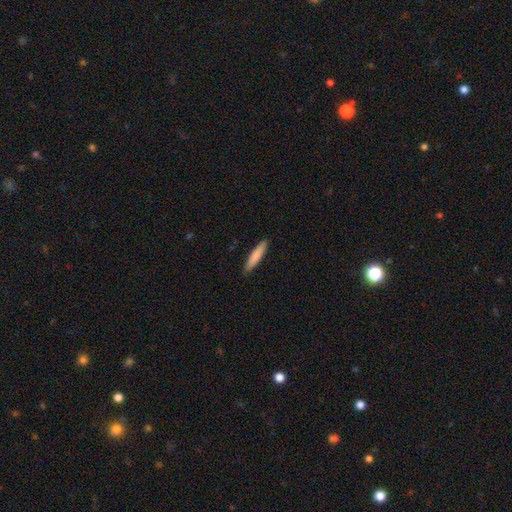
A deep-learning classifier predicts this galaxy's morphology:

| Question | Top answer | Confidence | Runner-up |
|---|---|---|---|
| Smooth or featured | smooth | 82% | featured or disk (13%) |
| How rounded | cigar-shaped | 88% | in between (10%) |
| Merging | none | 90% | minor disturbance (7%) |